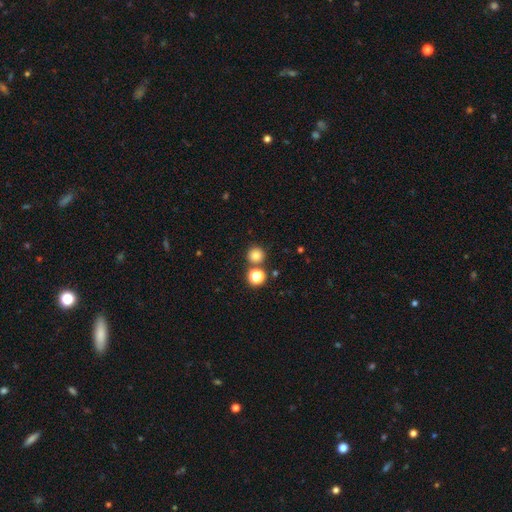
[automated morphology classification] This appears to be a smooth galaxy with no disk features (81%) that is round (93%). Merging: none (77%).